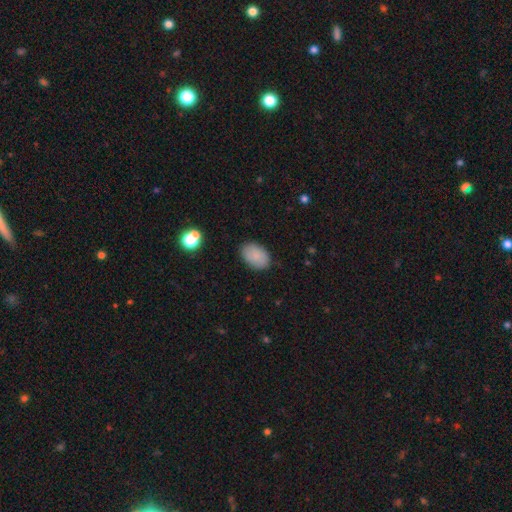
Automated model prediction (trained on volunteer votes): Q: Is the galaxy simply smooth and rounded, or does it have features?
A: smooth — 86%.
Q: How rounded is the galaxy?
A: in between — 88%.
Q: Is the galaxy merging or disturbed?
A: none — 86%.